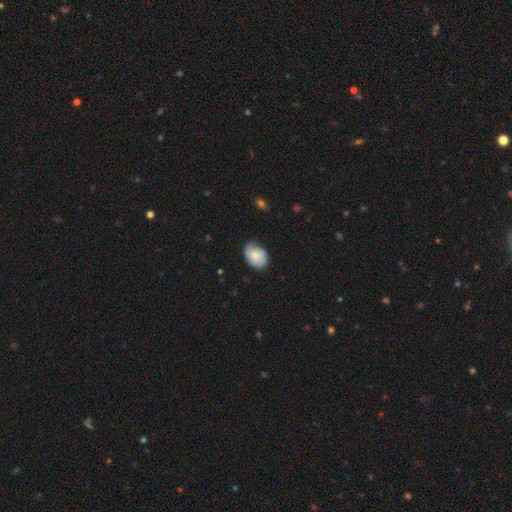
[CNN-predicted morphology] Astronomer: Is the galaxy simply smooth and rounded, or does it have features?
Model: smooth — 65%.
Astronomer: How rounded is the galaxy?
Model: in between — 71%.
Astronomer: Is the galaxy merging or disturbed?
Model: none — 65%.